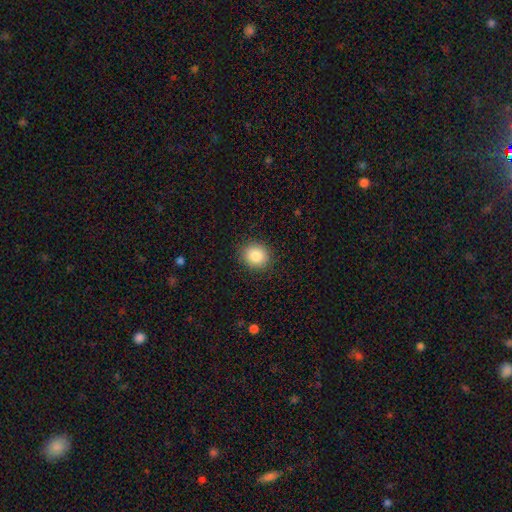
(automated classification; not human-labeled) Morphology: type=smooth (85%); roundness=round (79%); merging=none (90%).